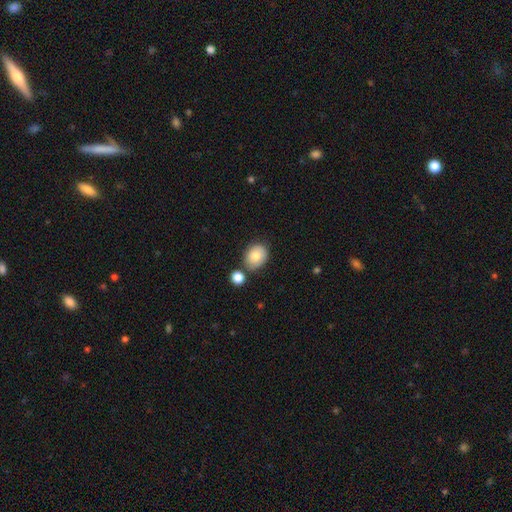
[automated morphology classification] Smooth or featured?
  - smooth: 79% *
  - featured or disk: 12%
  - star or artifact: 9%
How rounded?
  - in between: 50% *
  - round: 49%
  - cigar-shaped: 1%
Merging?
  - none: 72% *
  - minor disturbance: 13%
  - merger: 11%
  - major disturbance: 3%